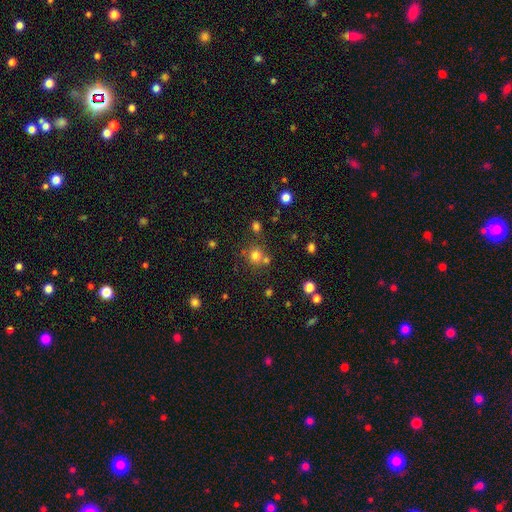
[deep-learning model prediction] This appears to be a smooth galaxy with no disk features (75%) that is round (91%). Merging: none (68%).